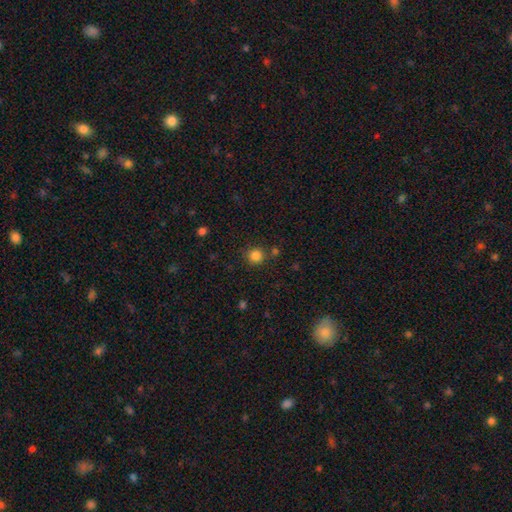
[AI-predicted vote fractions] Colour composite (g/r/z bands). It shows a smooth galaxy with no disk features (83%) that is round (92%). Merging: none (81%).